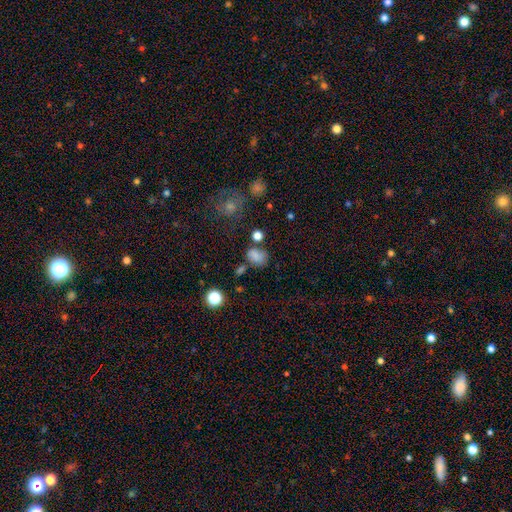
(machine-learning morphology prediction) Smooth or featured: smooth — 77% (star or artifact — 15%)
How rounded: in between — 58% (round — 40%)
Merging: none — 56% (minor disturbance — 22%)